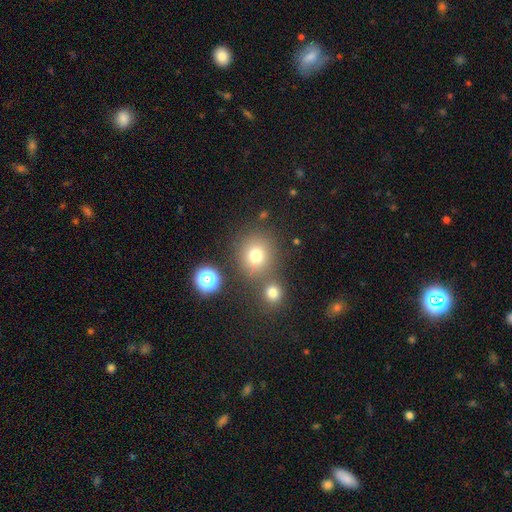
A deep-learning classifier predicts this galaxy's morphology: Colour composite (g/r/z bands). It shows a smooth galaxy with no disk features (74%) that is round (84%). Merging: none (70%).